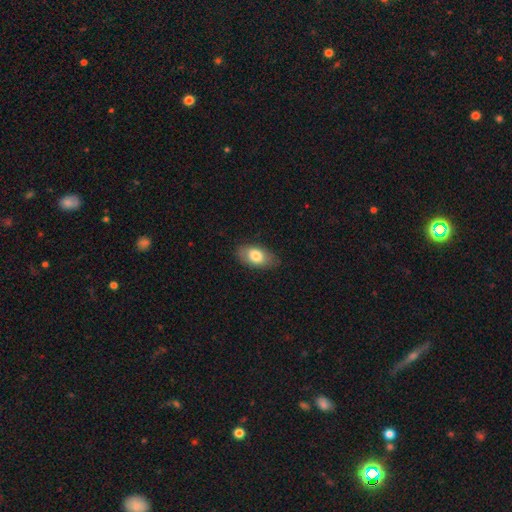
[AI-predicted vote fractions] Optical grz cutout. It shows a smooth galaxy with no disk features (78%) that is in between round and cigar-shaped (90%). Merging: none (81%).